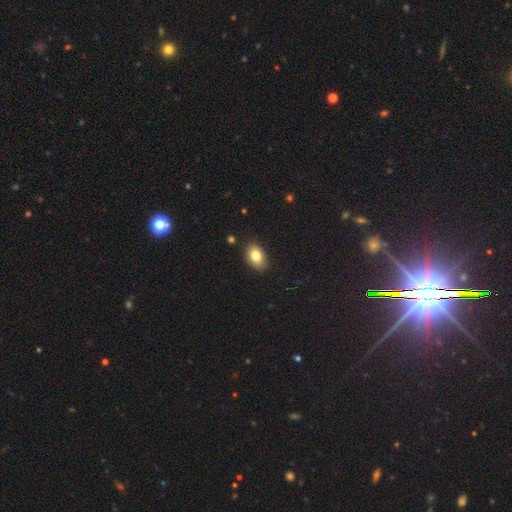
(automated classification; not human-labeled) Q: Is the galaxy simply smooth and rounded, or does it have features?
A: smooth — 82%.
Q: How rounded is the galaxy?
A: in between — 85%.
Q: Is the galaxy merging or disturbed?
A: none — 86%.